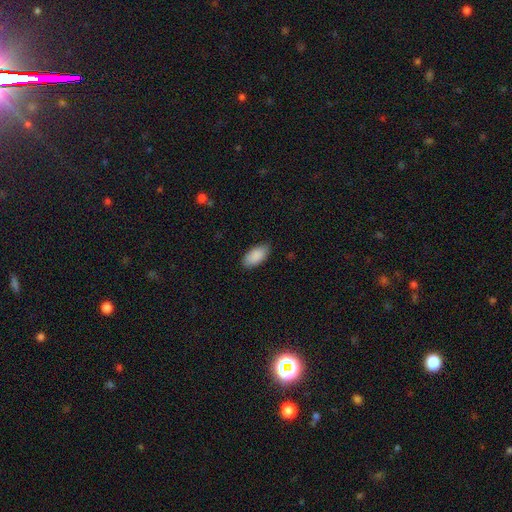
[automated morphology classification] Smooth or featured? smooth (90%)
How rounded? in between (93%)
Merging? none (85%)